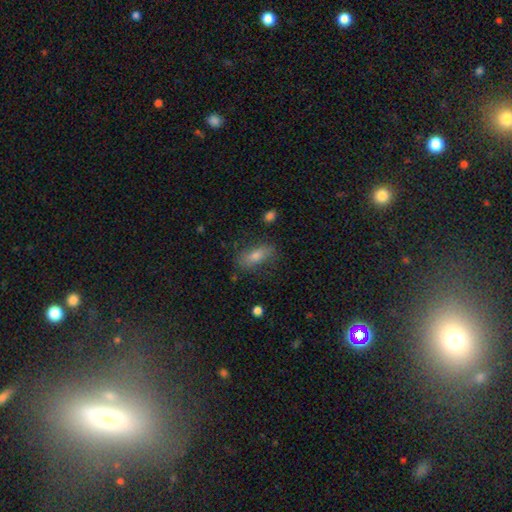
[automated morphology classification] The model was most divided on "smooth or featured": smooth: 63%, featured or disk: 23%, star or artifact: 13%. More confident: merging — none (75%); how rounded — in between (72%).